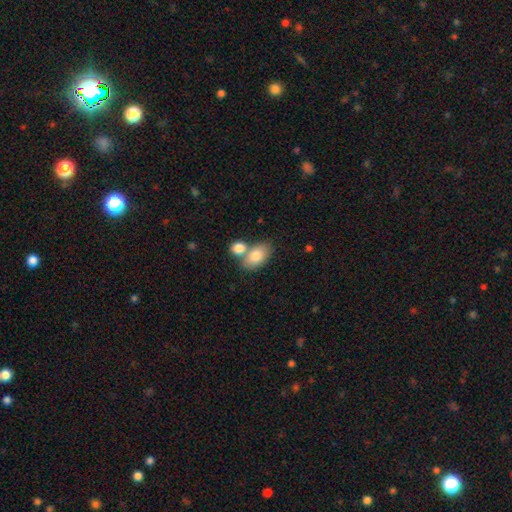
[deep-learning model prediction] The model was most divided on "merging": none: 46%, merger: 40%, minor disturbance: 11%, major disturbance: 3%. More confident: how rounded — in between (88%); smooth or featured — smooth (80%).